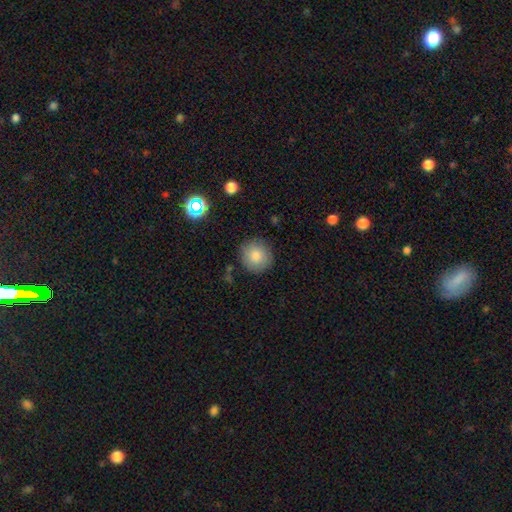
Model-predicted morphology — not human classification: type=smooth (83%); roundness=round (92%); merging=none (87%).